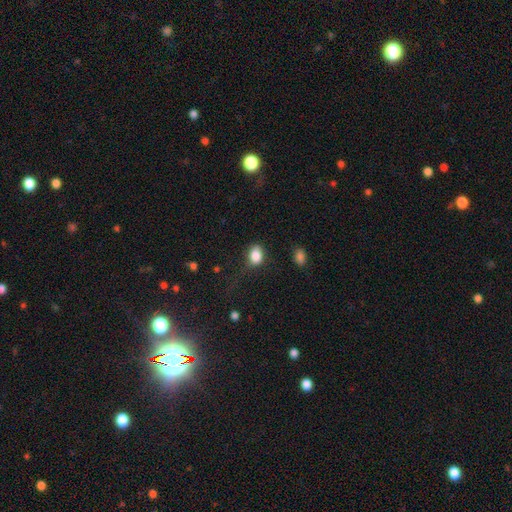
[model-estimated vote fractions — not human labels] This is clearly a smooth galaxy (86%). How rounded: likely in between (73%). Merging: likely none (65%).